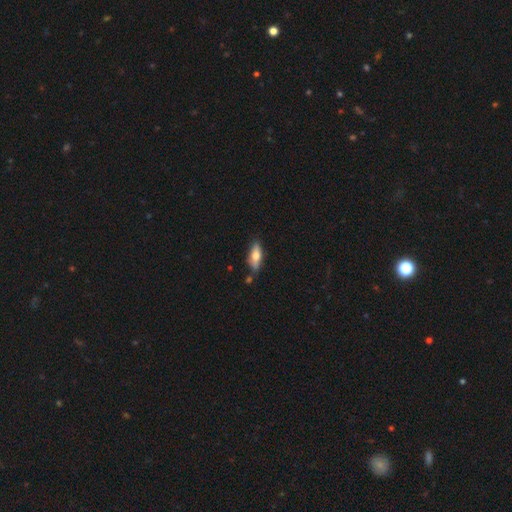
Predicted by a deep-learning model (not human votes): A smooth galaxy with no disk features (64%) that is in between round and cigar-shaped (64%).

Vote fractions:
- Smooth or featured? smooth: 64% / featured or disk: 29% / star or artifact: 6%
- How rounded? in between: 64% / cigar-shaped: 33% / round: 3%
- Merging? none: 74% / minor disturbance: 17% / merger: 6% / major disturbance: 3%